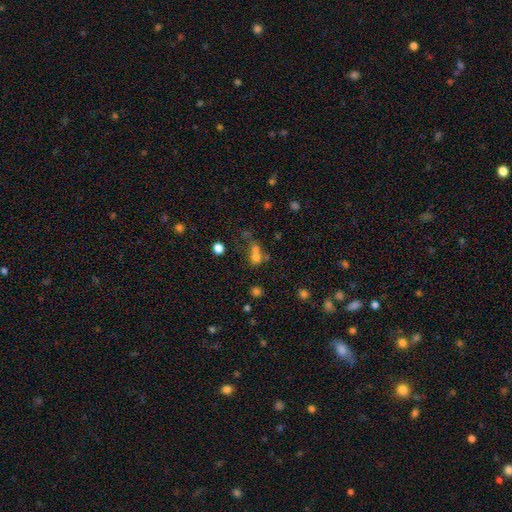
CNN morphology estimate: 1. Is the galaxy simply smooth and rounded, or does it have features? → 66% smooth, 19% star or artifact, 15% featured or disk.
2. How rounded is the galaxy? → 72% round, 26% in between, 2% cigar-shaped.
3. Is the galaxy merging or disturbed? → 54% merger, 32% none, 8% minor disturbance, 6% major disturbance.